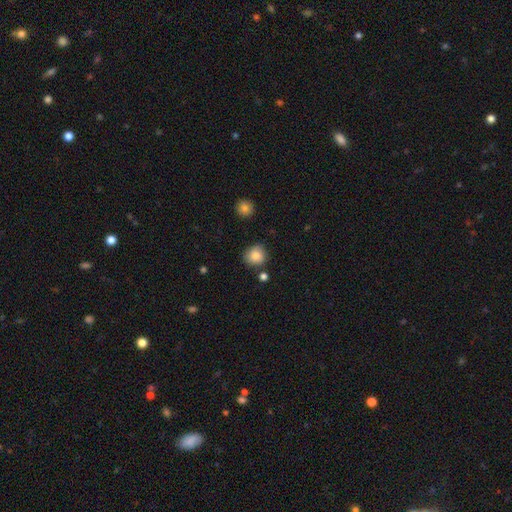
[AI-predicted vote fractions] A smooth galaxy with no disk features (85%) that is round (86%).

Vote fractions:
- Smooth or featured? smooth: 85% / star or artifact: 9% / featured or disk: 6%
- How rounded? round: 86% / in between: 13% / cigar-shaped: 1%
- Merging? none: 79% / minor disturbance: 14% / merger: 4% / major disturbance: 3%